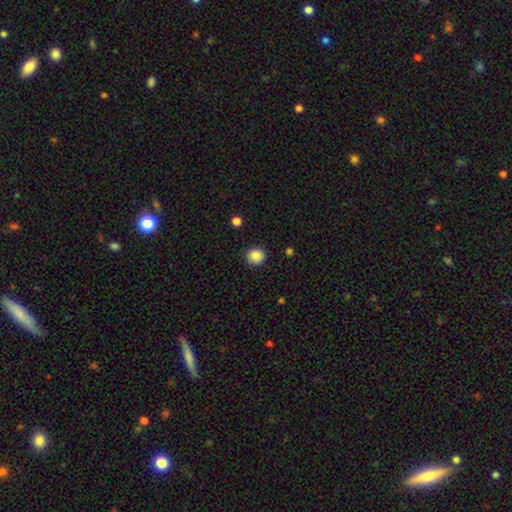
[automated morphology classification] A smooth galaxy with no disk features (87%) that is round (86%).

Vote fractions:
- Smooth or featured? smooth: 87% / star or artifact: 9% / featured or disk: 4%
- How rounded? round: 86% / in between: 13% / cigar-shaped: 1%
- Merging? none: 89% / minor disturbance: 8% / major disturbance: 2% / merger: 1%